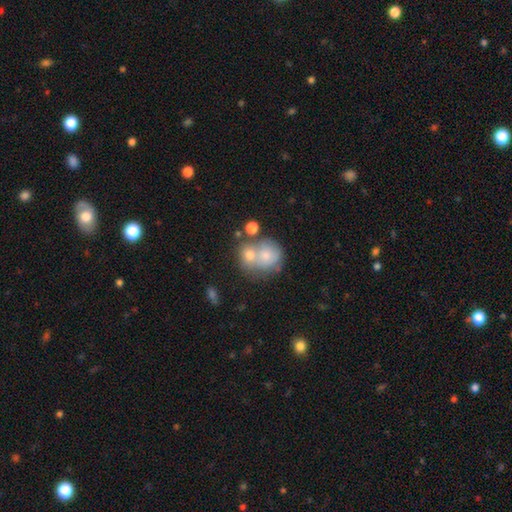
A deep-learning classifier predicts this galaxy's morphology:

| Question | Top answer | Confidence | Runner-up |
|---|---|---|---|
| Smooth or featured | smooth | 54% | featured or disk (32%) |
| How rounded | round | 77% | in between (22%) |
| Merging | merger | 48% | none (36%) |